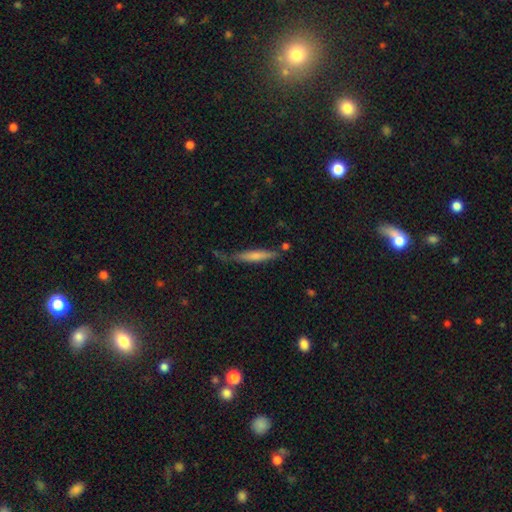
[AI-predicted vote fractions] A smooth galaxy with no disk features (62%) that is cigar-shaped (91%).

Vote fractions:
- Smooth or featured? smooth: 62% / featured or disk: 32% / star or artifact: 6%
- How rounded? cigar-shaped: 91% / in between: 8% / round: 2%
- Merging? none: 62% / minor disturbance: 25% / major disturbance: 8% / merger: 5%